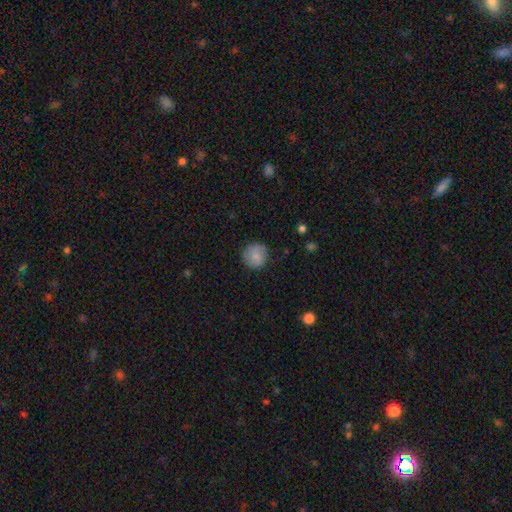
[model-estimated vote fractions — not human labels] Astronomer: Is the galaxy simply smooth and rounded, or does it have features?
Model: smooth — 83%.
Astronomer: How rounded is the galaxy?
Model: round — 93%.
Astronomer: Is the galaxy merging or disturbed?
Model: none — 83%.